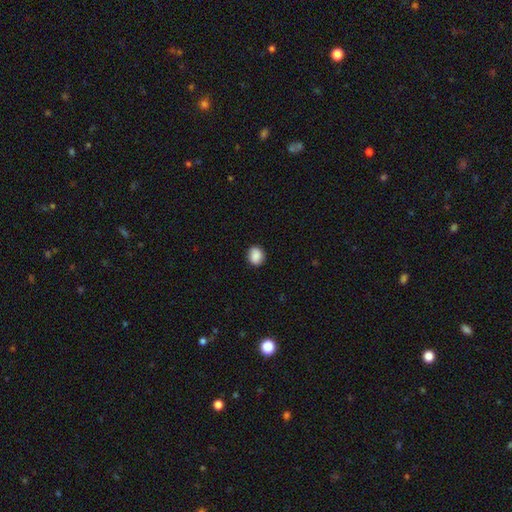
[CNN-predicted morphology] smooth 88%, star or artifact 8%, featured or disk 4%. Down the decision tree: how rounded — round (67%); merging — none (89%).